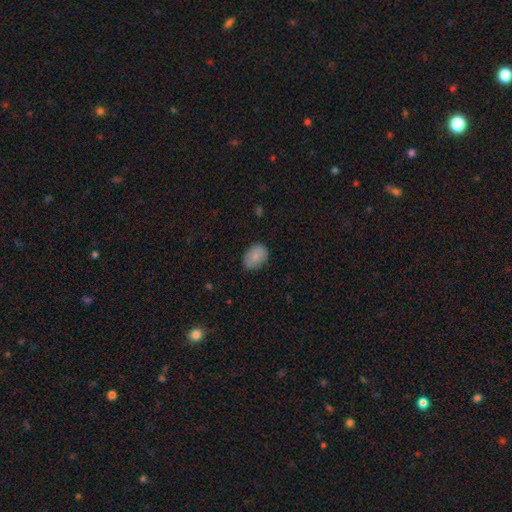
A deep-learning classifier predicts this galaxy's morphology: smooth 83%, featured or disk 10%, star or artifact 7%. Down the decision tree: how rounded — in between (76%); merging — none (79%).